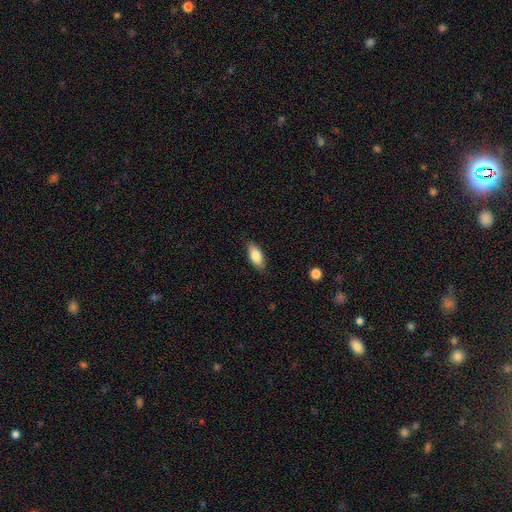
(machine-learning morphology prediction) Smooth or featured? smooth (83%)
How rounded? in between (85%)
Merging? none (84%)